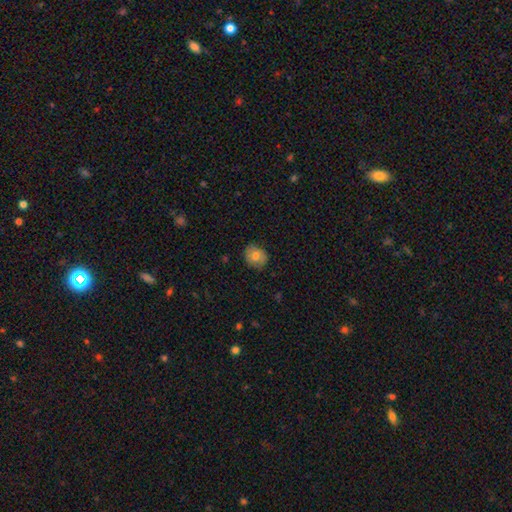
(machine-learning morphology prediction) smooth-or-featured: smooth: 73% | featured or disk: 19% | star or artifact: 8%
  how-rounded: round: 67% | in between: 32% | cigar-shaped: 1%
  merging: none: 83% | minor disturbance: 14% | major disturbance: 3% | merger: 1%